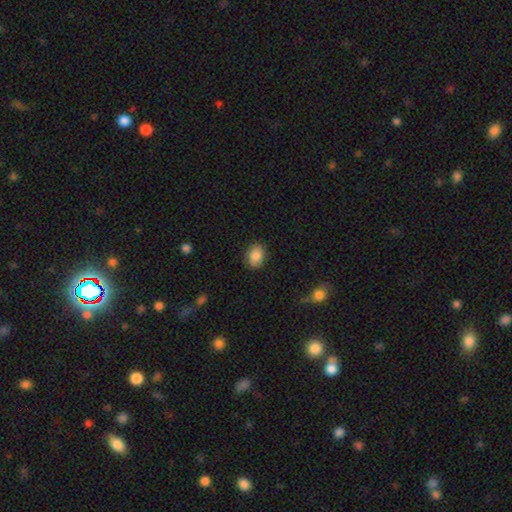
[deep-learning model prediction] The model was most divided on "how rounded": in between: 62%, round: 37%, cigar-shaped: 1%. More confident: smooth or featured — smooth (86%); merging — none (85%).